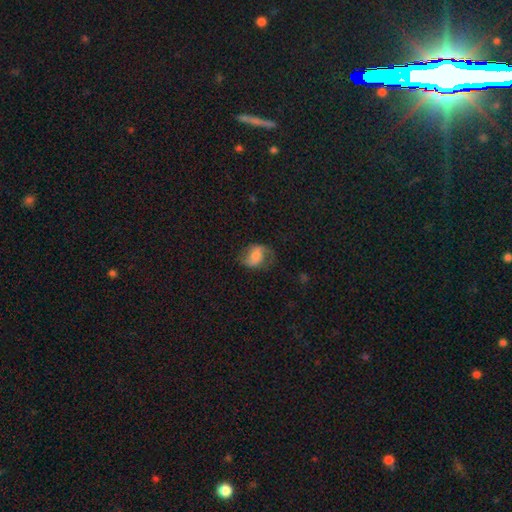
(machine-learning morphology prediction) A featured or disk galaxy (49%).

Vote fractions:
- Smooth or featured? featured or disk: 49% / smooth: 42% / star or artifact: 9%
- Merging? none: 57% / minor disturbance: 24% / major disturbance: 17% / merger: 2%